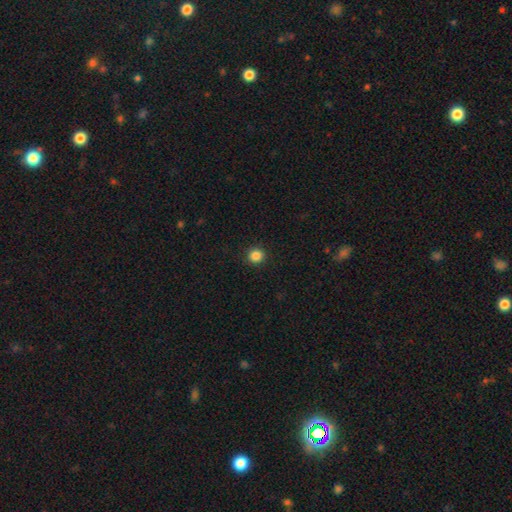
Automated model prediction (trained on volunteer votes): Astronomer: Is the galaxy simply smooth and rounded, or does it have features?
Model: smooth — 86%.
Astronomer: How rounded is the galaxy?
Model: round — 92%.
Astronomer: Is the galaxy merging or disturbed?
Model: none — 92%.